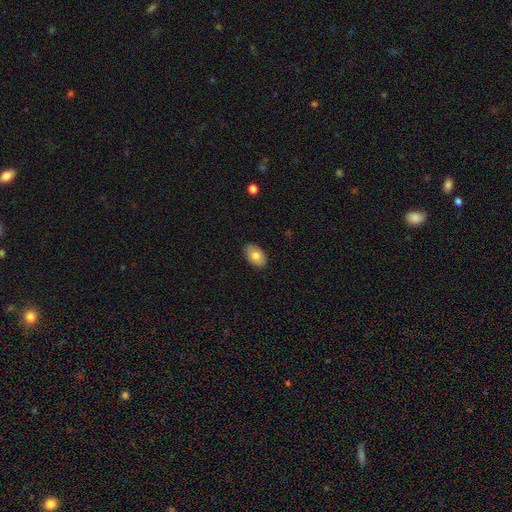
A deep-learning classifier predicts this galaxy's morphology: A smooth galaxy with no disk features (78%) that is in between round and cigar-shaped (90%).

Vote fractions:
- Smooth or featured? smooth: 78% / featured or disk: 15% / star or artifact: 7%
- How rounded? in between: 90% / round: 9% / cigar-shaped: 1%
- Merging? none: 87% / minor disturbance: 10% / major disturbance: 2% / merger: 1%